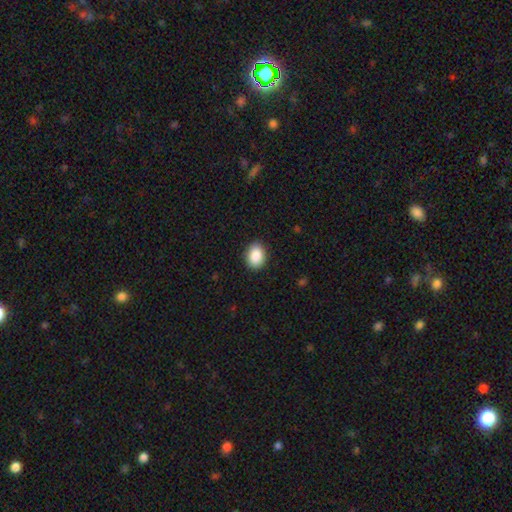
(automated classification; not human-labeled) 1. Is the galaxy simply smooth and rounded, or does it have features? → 89% smooth, 7% star or artifact, 4% featured or disk.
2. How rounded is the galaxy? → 70% in between, 29% round, 1% cigar-shaped.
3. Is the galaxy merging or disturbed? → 88% none, 9% minor disturbance, 2% major disturbance, 1% merger.